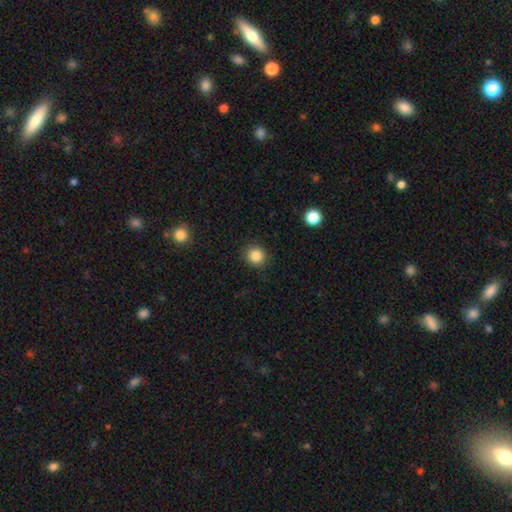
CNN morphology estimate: This is clearly a smooth galaxy (85%). How rounded: clearly round (92%). Merging: clearly none (91%).